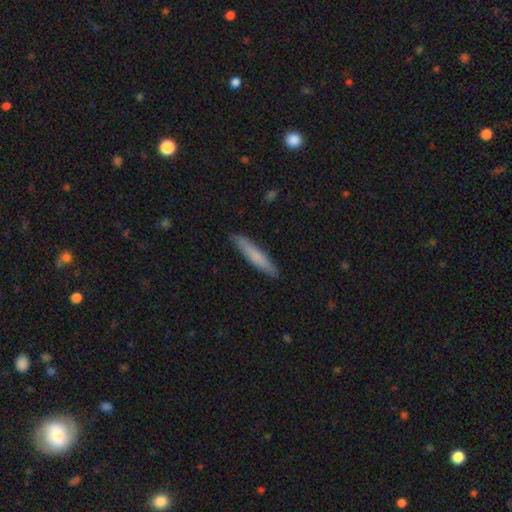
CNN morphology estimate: smooth_or_featured: smooth (p=0.72) [alt: featured or disk p=0.22]
how_rounded: cigar-shaped (p=0.92) [alt: in between p=0.06]
merging: none (p=0.88) [alt: minor disturbance p=0.09]